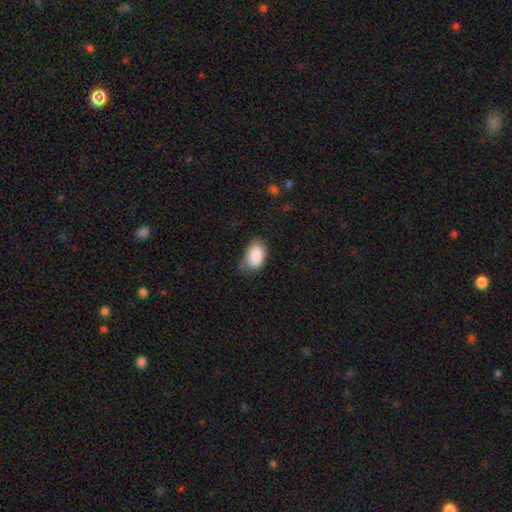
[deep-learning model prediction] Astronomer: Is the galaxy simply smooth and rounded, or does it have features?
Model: smooth — 88%.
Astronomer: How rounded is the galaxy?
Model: in between — 92%.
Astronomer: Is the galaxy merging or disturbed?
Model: none — 59%.